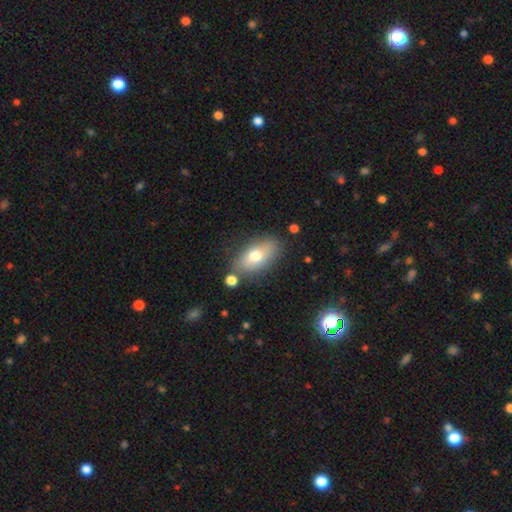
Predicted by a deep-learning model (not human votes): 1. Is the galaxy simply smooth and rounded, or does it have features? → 70% smooth, 22% featured or disk, 8% star or artifact.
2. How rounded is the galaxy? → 88% in between, 7% round, 5% cigar-shaped.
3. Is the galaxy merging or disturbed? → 75% none, 14% minor disturbance, 6% merger, 4% major disturbance.